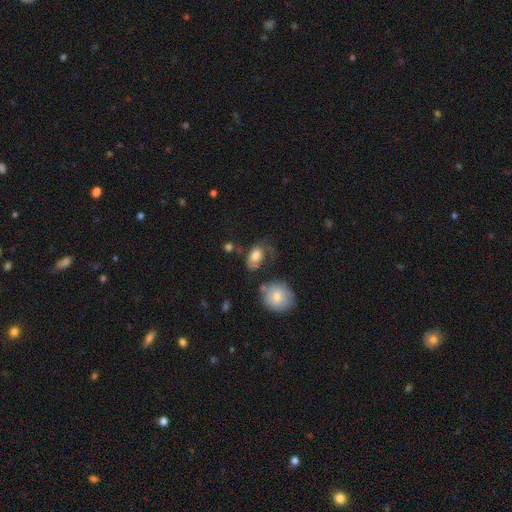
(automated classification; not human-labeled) Smooth or featured: smooth — 72% (featured or disk — 20%)
How rounded: in between — 76% (round — 23%)
Merging: none — 36% (major disturbance — 28%)